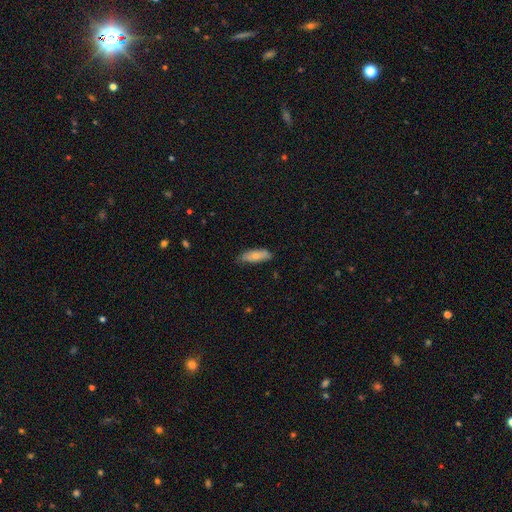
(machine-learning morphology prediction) A smooth galaxy with no disk features (75%) that is in between round and cigar-shaped (60%).

Vote fractions:
- Smooth or featured? smooth: 75% / featured or disk: 19% / star or artifact: 6%
- How rounded? in between: 60% / cigar-shaped: 38% / round: 2%
- Merging? none: 71% / minor disturbance: 23% / major disturbance: 4% / merger: 1%